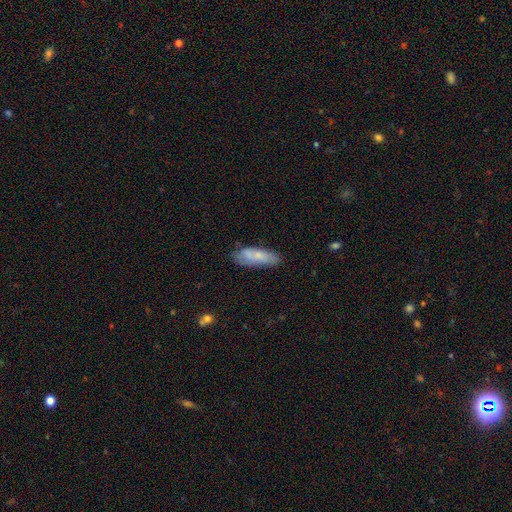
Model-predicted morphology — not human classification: A smooth galaxy with no disk features (70%) that is in between round and cigar-shaped (60%). Merging: none (67%).